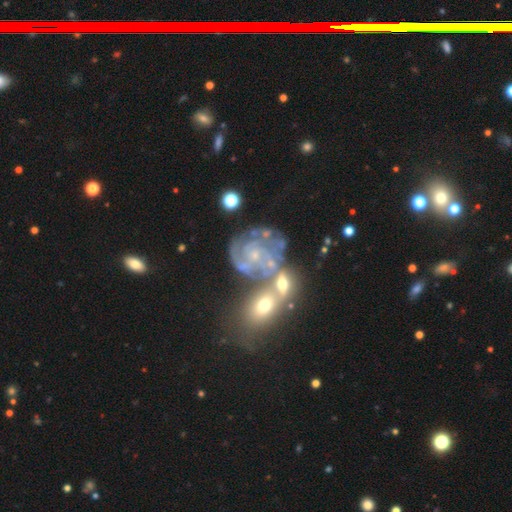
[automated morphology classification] This appears to be a featured or disk galaxy (82%) with no bar (73%), tight (57%) spiral arms (89%) and a small central bulge (71%). Merging: none (37%).